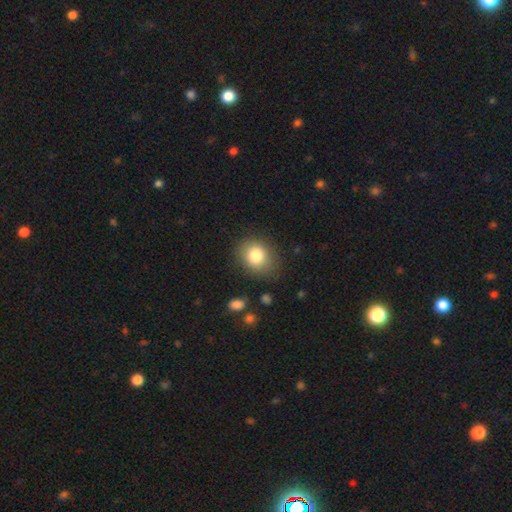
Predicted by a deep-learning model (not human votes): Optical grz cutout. It shows a smooth galaxy with no disk features (81%) that is round (57%). Merging: none (79%).